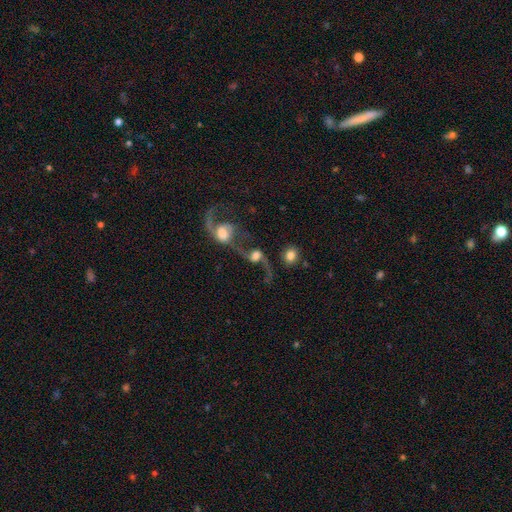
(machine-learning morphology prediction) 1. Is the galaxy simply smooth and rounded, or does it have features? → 71% featured or disk, 20% smooth, 9% star or artifact.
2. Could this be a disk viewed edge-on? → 93% no, 7% yes.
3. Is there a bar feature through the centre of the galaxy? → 52% no, 35% weak, 13% strong.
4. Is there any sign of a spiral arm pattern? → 87% yes, 13% no.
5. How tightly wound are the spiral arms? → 88% loose, 9% medium, 3% tight.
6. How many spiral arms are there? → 86% 2, 9% 1, 2% can't tell, 1% 3, 1% 4, 1% more than 4.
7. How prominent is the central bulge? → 37% moderate, 36% large, 13% small, 7% dominant, 6% none.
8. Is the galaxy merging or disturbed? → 51% merger, 24% none, 16% major disturbance, 9% minor disturbance.